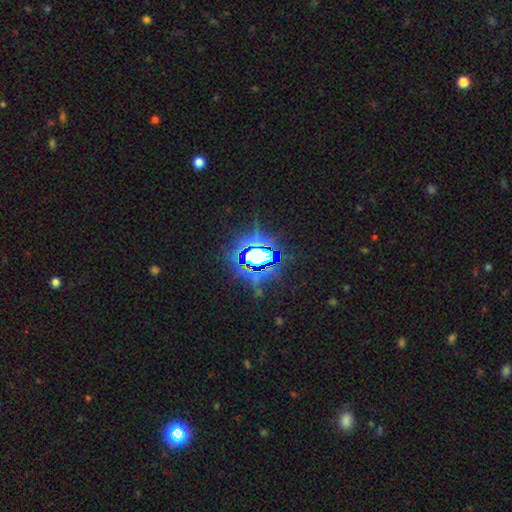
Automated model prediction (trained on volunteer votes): Smooth or featured: star or artifact — 78% (smooth — 12%)